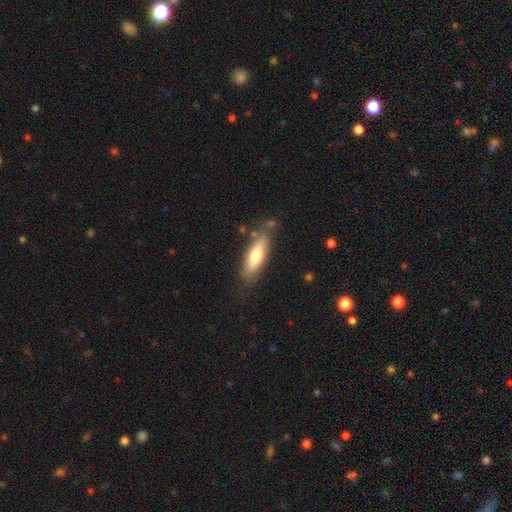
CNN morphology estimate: Smooth or featured: smooth — 68% (featured or disk — 26%)
How rounded: cigar-shaped — 56% (in between — 42%)
Merging: none — 75% (minor disturbance — 17%)